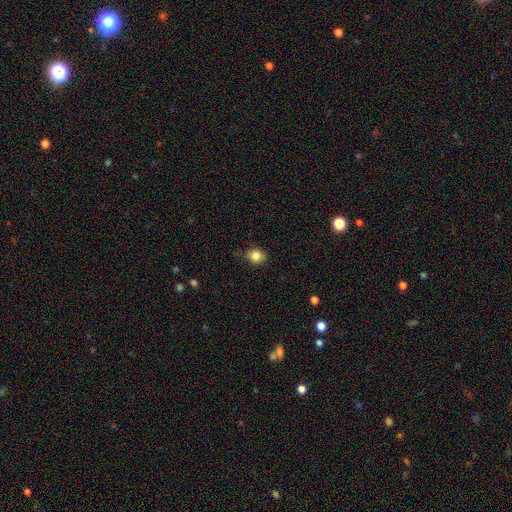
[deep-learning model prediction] Overall: smooth (83%). How rounded: round (77%). Merging: none (79%).